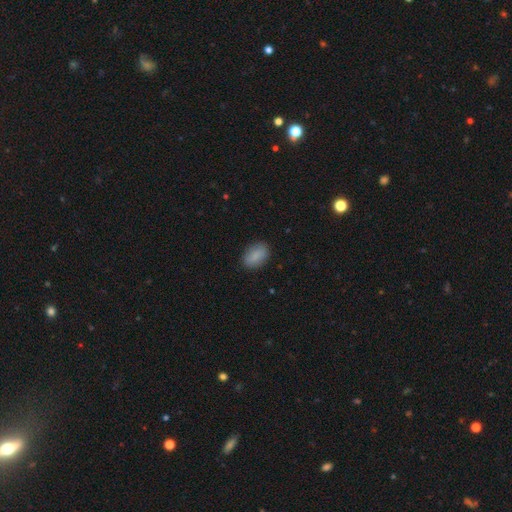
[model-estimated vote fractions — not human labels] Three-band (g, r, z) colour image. It shows a smooth galaxy with no disk features (87%) that is in between round and cigar-shaped (84%). Merging: none (85%).